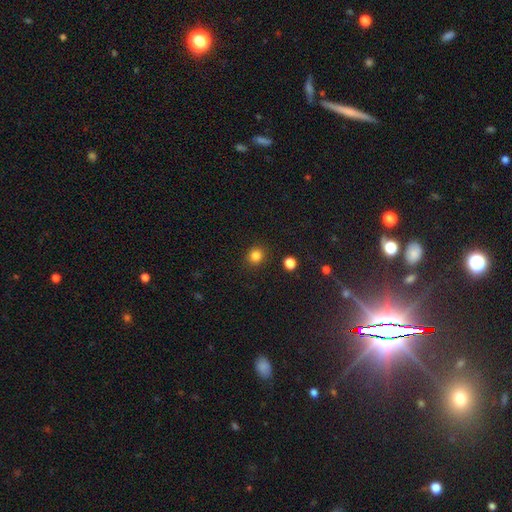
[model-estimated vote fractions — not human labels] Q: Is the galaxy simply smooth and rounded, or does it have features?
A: smooth — 83%.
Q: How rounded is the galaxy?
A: round — 86%.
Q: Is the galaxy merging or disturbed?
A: none — 89%.